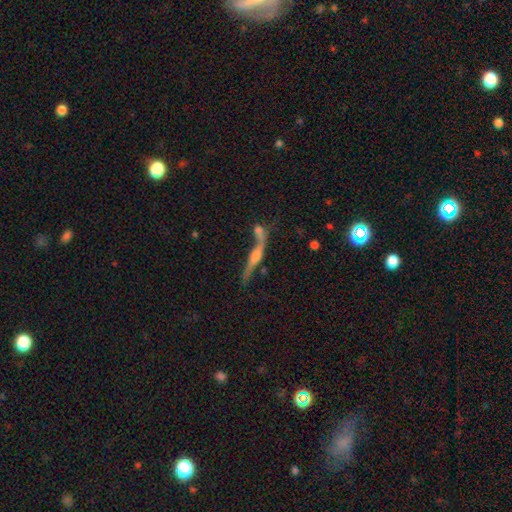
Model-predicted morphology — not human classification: smooth-or-featured: featured or disk: 68% | smooth: 22% | star or artifact: 10%
  disk-edge-on: yes: 81% | no: 19%
    edge-on-bulge: rounded: 78% | boxy: 12% | none: 10%
  merging: none: 39% | merger: 35% | minor disturbance: 15% | major disturbance: 11%